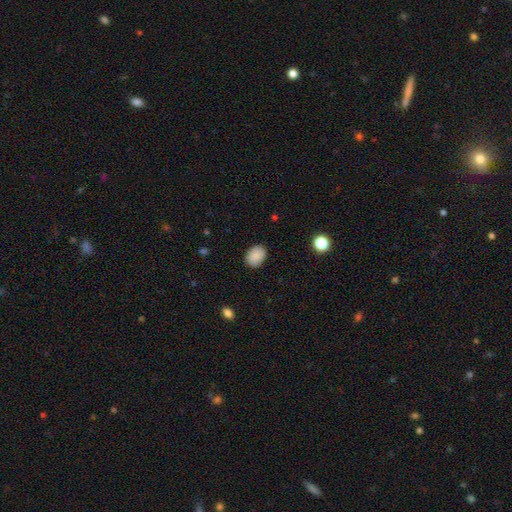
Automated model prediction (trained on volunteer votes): The model was most divided on "how rounded": in between: 71%, round: 28%, cigar-shaped: 1%. More confident: smooth or featured — smooth (88%); merging — none (85%).